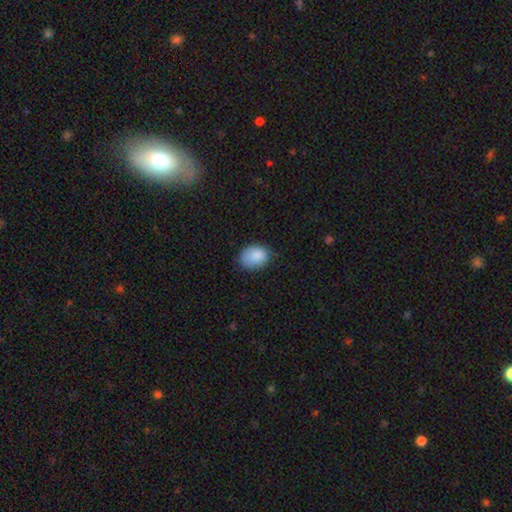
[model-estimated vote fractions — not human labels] Morphology: type=smooth (87%); roundness=in between (67%); merging=none (68%).